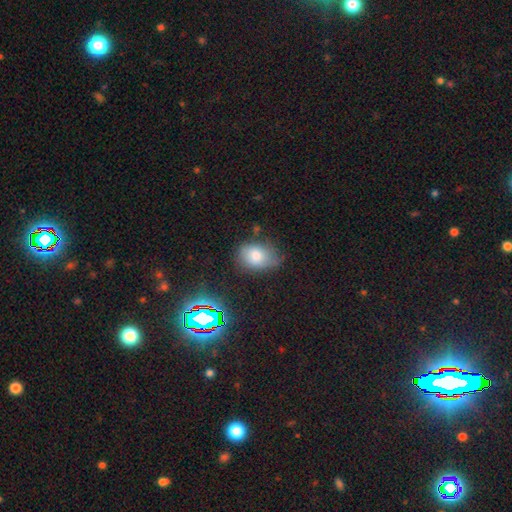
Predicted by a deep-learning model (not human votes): Morphology: type=smooth (77%); roundness=in between (79%); merging=none (59%).